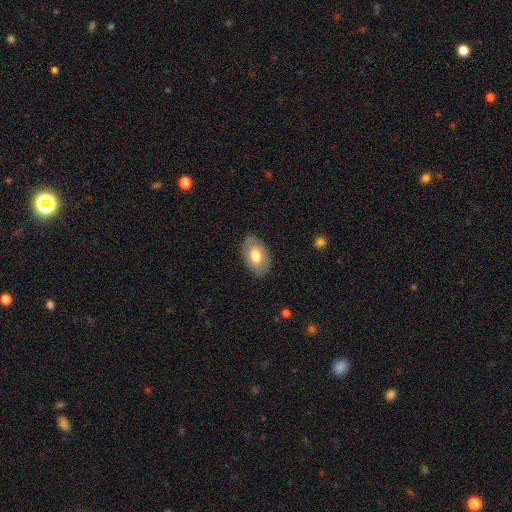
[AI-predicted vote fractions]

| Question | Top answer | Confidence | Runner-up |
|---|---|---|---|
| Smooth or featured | smooth | 65% | featured or disk (29%) |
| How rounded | in between | 91% | round (8%) |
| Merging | none | 83% | minor disturbance (13%) |